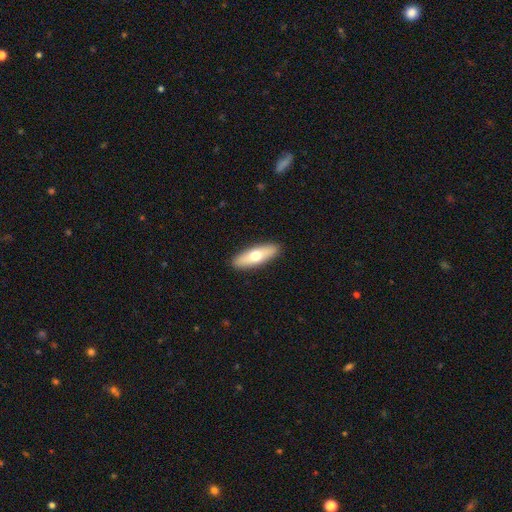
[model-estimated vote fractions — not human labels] Smooth or featured: smooth — 62% (featured or disk — 33%)
How rounded: in between — 51% (cigar-shaped — 46%)
Merging: none — 91% (minor disturbance — 7%)